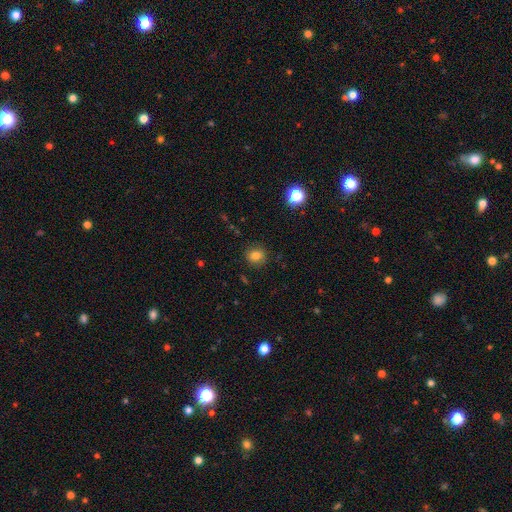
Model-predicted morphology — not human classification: A smooth galaxy with no disk features (80%) that is round (79%).

Vote fractions:
- Smooth or featured? smooth: 80% / star or artifact: 13% / featured or disk: 7%
- How rounded? round: 79% / in between: 20% / cigar-shaped: 1%
- Merging? none: 88% / minor disturbance: 8% / major disturbance: 2% / merger: 1%